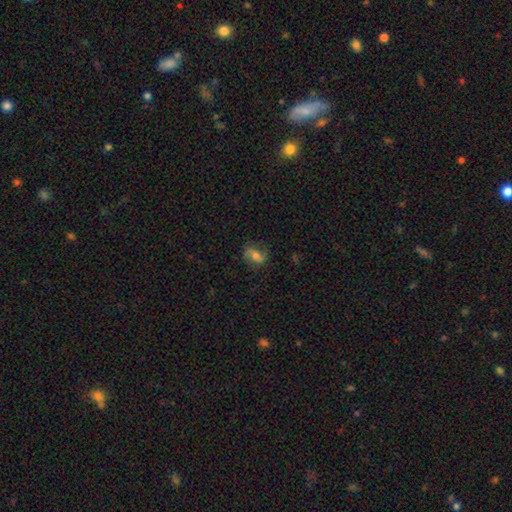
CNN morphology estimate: smooth_or_featured: featured or disk (p=0.67) [alt: smooth p=0.24]
disk_edge_on: no (p=0.97) [alt: yes p=0.03]
bar: weak (p=0.42) [alt: no p=0.35]
has_spiral_arms: yes (p=0.92) [alt: no p=0.08]
spiral_winding: loose (p=0.47) [alt: medium p=0.40]
spiral_arm_count: 2 (p=0.88) [alt: can't tell p=0.04]
bulge_size: moderate (p=0.55) [alt: small p=0.28]
merging: none (p=0.74) [alt: minor disturbance p=0.16]